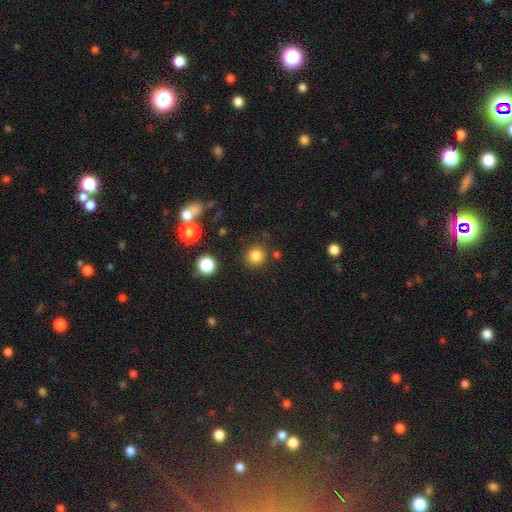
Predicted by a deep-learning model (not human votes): A smooth galaxy with no disk features (82%) that is round (92%). Merging: none (85%).